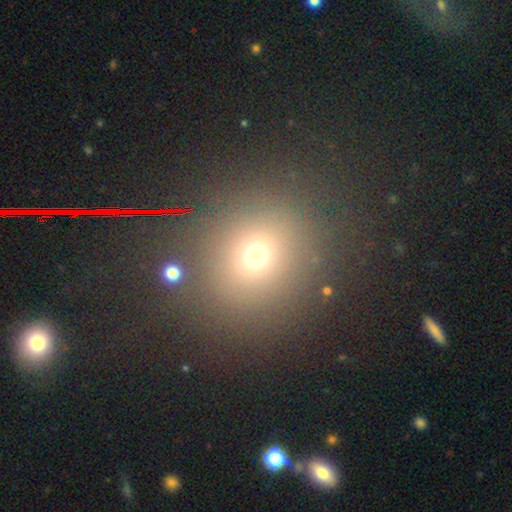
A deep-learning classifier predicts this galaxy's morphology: Smooth or featured? smooth (64%)
How rounded? round (80%)
Merging? none (84%)